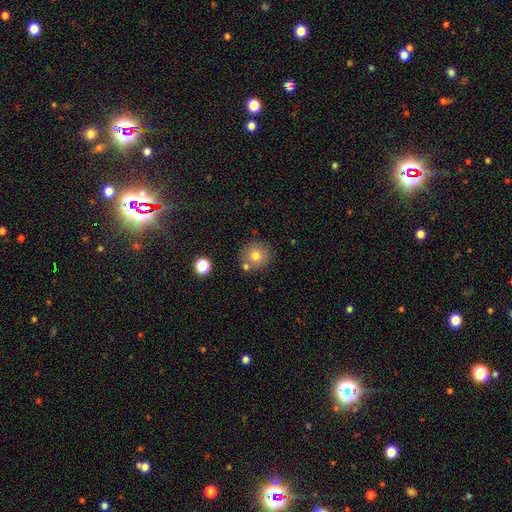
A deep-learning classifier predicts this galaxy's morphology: A smooth galaxy with no disk features (77%) that is round (91%). Merging: none (75%).